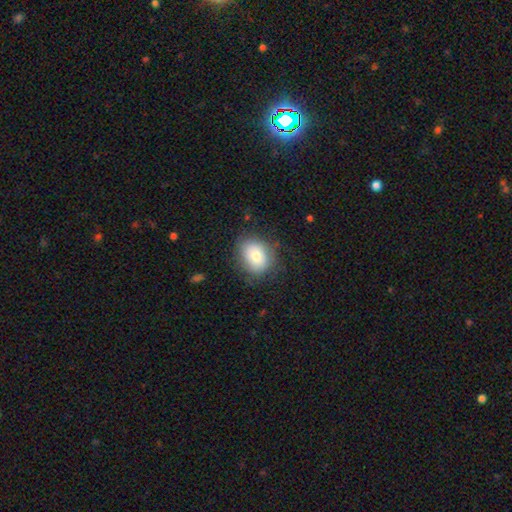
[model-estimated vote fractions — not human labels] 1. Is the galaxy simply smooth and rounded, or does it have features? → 76% smooth, 15% featured or disk, 8% star or artifact.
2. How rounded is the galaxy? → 57% in between, 42% round, 1% cigar-shaped.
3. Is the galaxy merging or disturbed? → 75% none, 17% minor disturbance, 7% major disturbance, 1% merger.